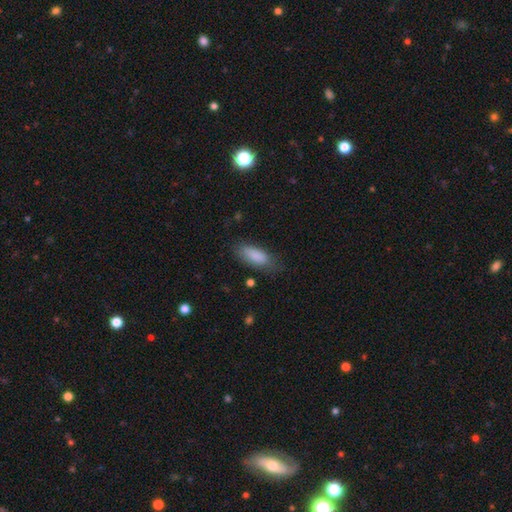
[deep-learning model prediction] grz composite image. It shows a smooth galaxy with no disk features (87%) that is in between round and cigar-shaped (77%). Merging: none (70%).